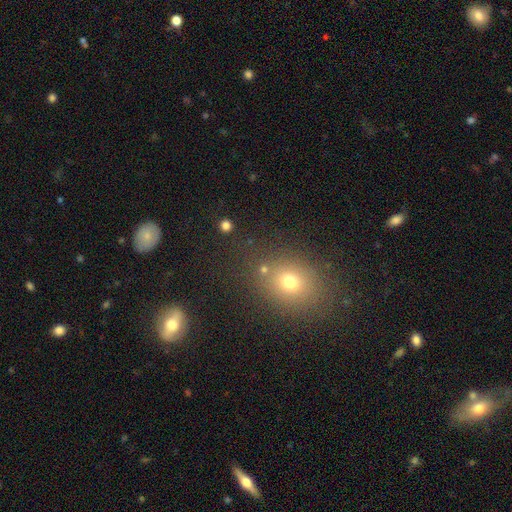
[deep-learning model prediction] smooth_or_featured: smooth (p=0.58) [alt: star or artifact p=0.31]
how_rounded: round (p=0.58) [alt: in between p=0.41]
merging: none (p=0.79) [alt: minor disturbance p=0.11]